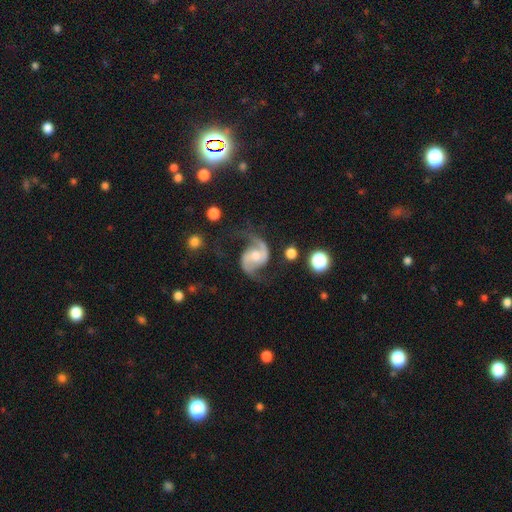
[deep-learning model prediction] Smooth or featured? Predicted: featured or disk (p=0.91). Edge-on disk? Predicted: no (p=0.98). Bar? Predicted: no (p=0.44). Spiral arms? Predicted: yes (p=0.98). Spiral winding? Predicted: medium (p=0.46). Spiral arm count? Predicted: 2 (p=0.93). Bulge size? Predicted: moderate (p=0.57). Merging? Predicted: none (p=0.68).